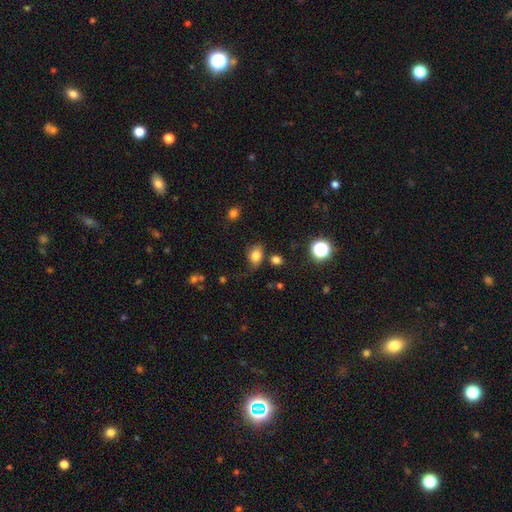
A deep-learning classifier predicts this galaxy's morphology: Smooth or featured? Predicted: smooth (p=0.78). How rounded? Predicted: in between (p=0.66). Merging? Predicted: none (p=0.57).